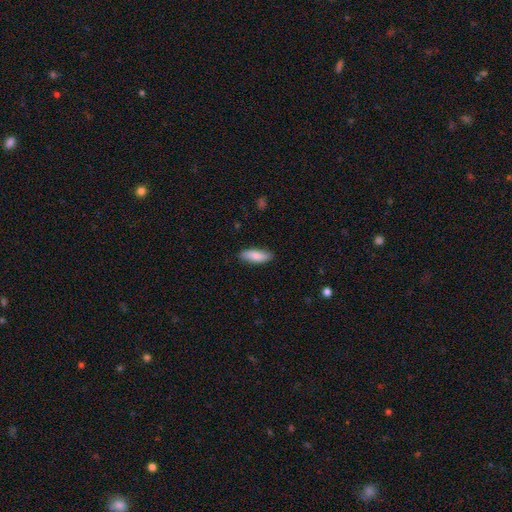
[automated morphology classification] Smooth or featured?
  - smooth: 83% *
  - featured or disk: 11%
  - star or artifact: 6%
How rounded?
  - in between: 66% *
  - cigar-shaped: 32%
  - round: 2%
Merging?
  - none: 86% *
  - minor disturbance: 11%
  - major disturbance: 2%
  - merger: 1%